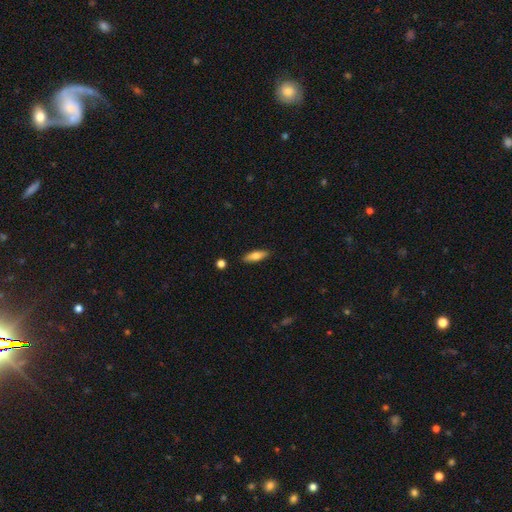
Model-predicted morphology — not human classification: A smooth galaxy with no disk features (73%) that is in between round and cigar-shaped (52%). Merging: none (88%).